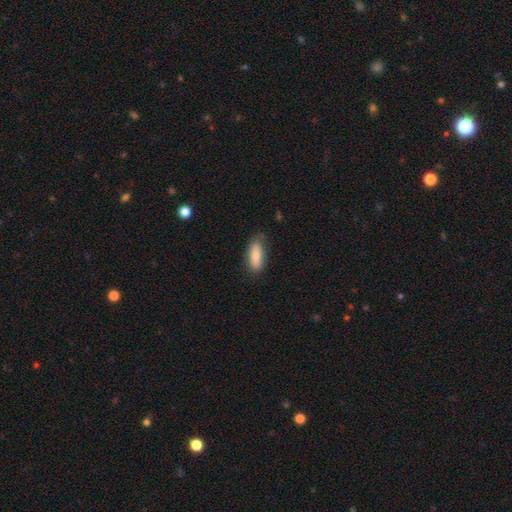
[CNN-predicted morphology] smooth-or-featured: smooth: 80% | featured or disk: 14% | star or artifact: 6%
  how-rounded: in between: 71% | cigar-shaped: 27% | round: 2%
  merging: none: 73% | minor disturbance: 21% | major disturbance: 4% | merger: 1%